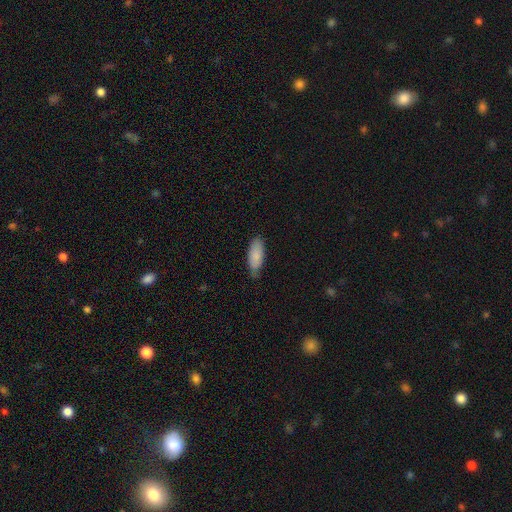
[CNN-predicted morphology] smooth 87%, featured or disk 8%, star or artifact 6%. Down the decision tree: how rounded — in between (79%); merging — none (71%).